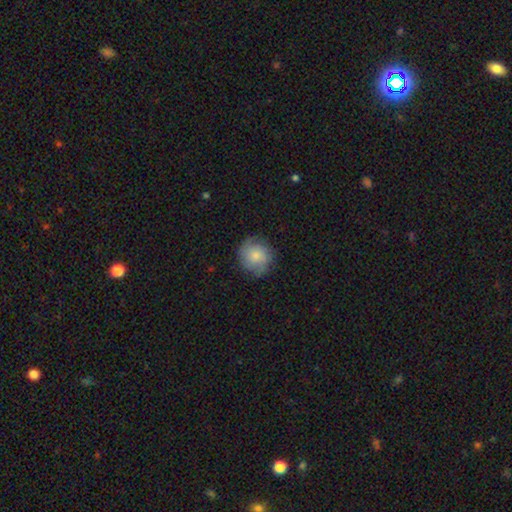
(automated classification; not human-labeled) Smooth or featured?
  - smooth: 70% *
  - featured or disk: 23%
  - star or artifact: 7%
How rounded?
  - round: 89% *
  - in between: 10%
  - cigar-shaped: 1%
Merging?
  - none: 75% *
  - minor disturbance: 18%
  - major disturbance: 5%
  - merger: 1%